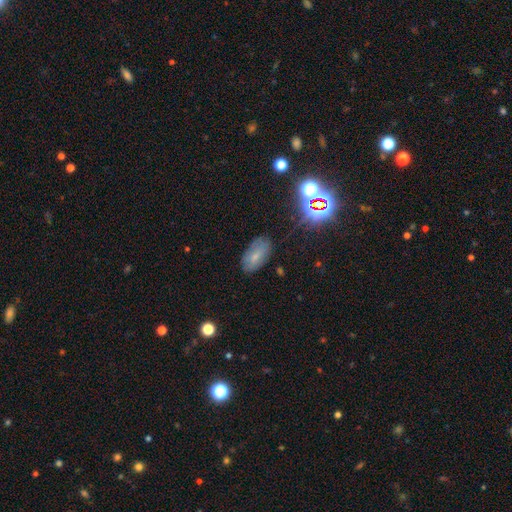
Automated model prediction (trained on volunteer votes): Q: Smooth or featured?
A: smooth (65%); runner-up: featured or disk (19%)
Q: How rounded?
A: in between (92%); runner-up: round (4%)
Q: Merging?
A: none (76%); runner-up: minor disturbance (17%)